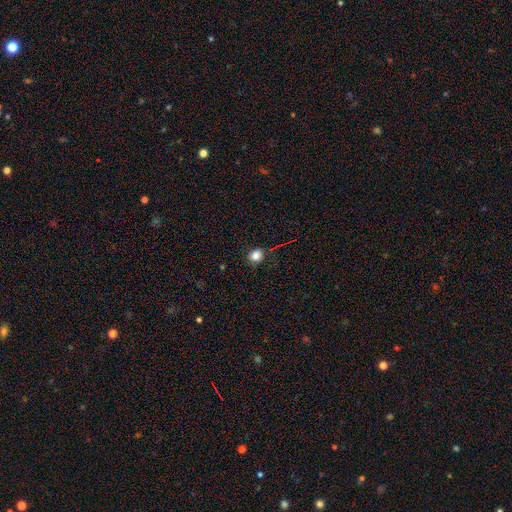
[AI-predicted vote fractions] smooth 81%, star or artifact 13%, featured or disk 6%. Down the decision tree: how rounded — round (78%); merging — none (83%).